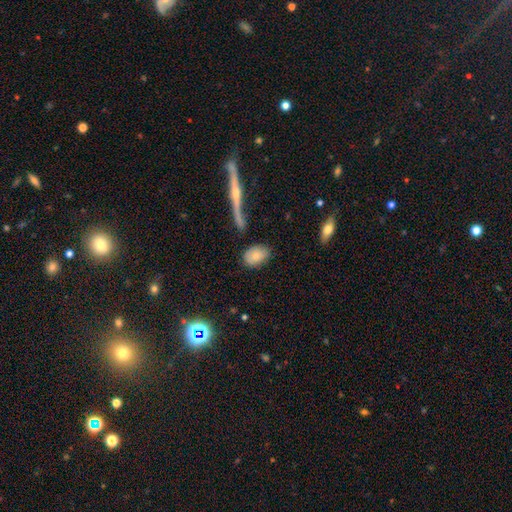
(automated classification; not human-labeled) Smooth or featured? Predicted: smooth (p=0.79). How rounded? Predicted: in between (p=0.84). Merging? Predicted: none (p=0.70).